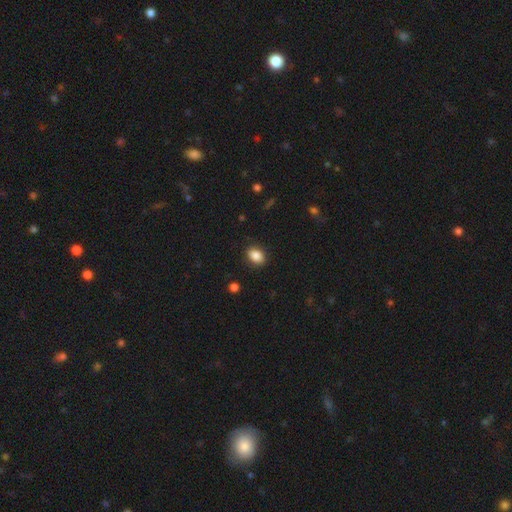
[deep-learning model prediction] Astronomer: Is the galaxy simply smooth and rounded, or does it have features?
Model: smooth — 86%.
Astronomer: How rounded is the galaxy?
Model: in between — 72%.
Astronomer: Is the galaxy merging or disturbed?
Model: none — 87%.